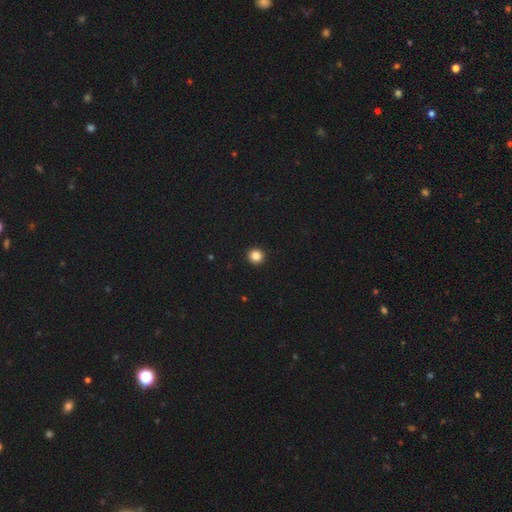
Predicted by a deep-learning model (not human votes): Smooth or featured? smooth (86%)
How rounded? round (95%)
Merging? none (94%)